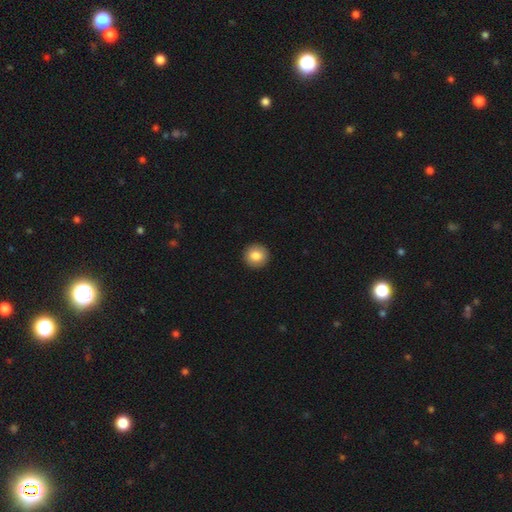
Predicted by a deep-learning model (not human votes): This is clearly a smooth galaxy (84%). How rounded: clearly round (95%). Merging: clearly none (93%).